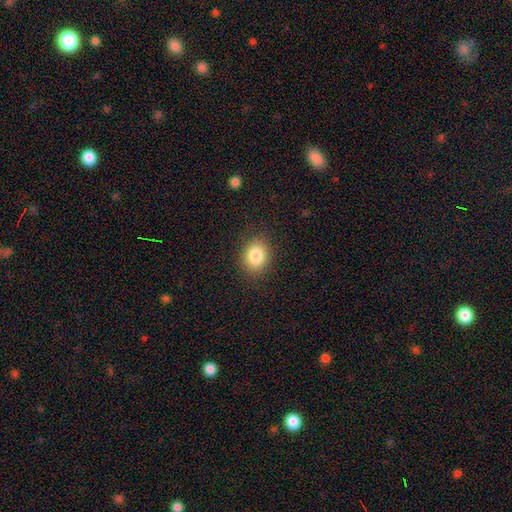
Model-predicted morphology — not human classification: A smooth galaxy with no disk features (84%) that is in between round and cigar-shaped (55%).

Vote fractions:
- Smooth or featured? smooth: 84% / star or artifact: 9% / featured or disk: 7%
- How rounded? in between: 55% / round: 44% / cigar-shaped: 1%
- Merging? none: 87% / minor disturbance: 9% / major disturbance: 3% / merger: 1%